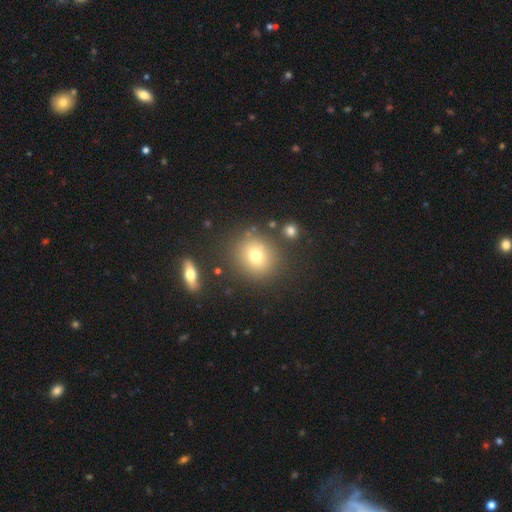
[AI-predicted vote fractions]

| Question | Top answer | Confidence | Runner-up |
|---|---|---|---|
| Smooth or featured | smooth | 72% | star or artifact (14%) |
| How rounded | round | 84% | in between (14%) |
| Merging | none | 82% | minor disturbance (9%) |